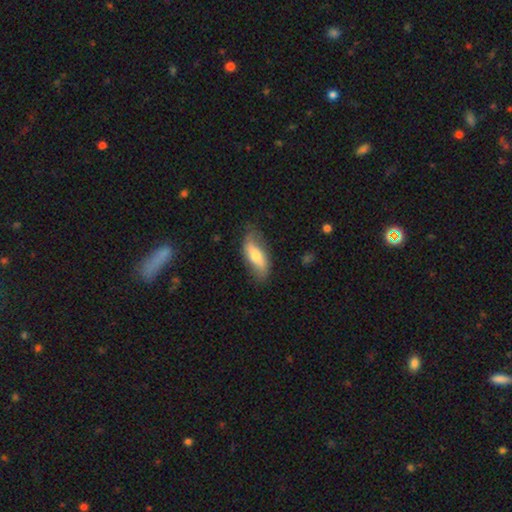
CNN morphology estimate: smooth 56%, featured or disk 38%, star or artifact 6%. Down the decision tree: how rounded — in between (74%); merging — none (68%).